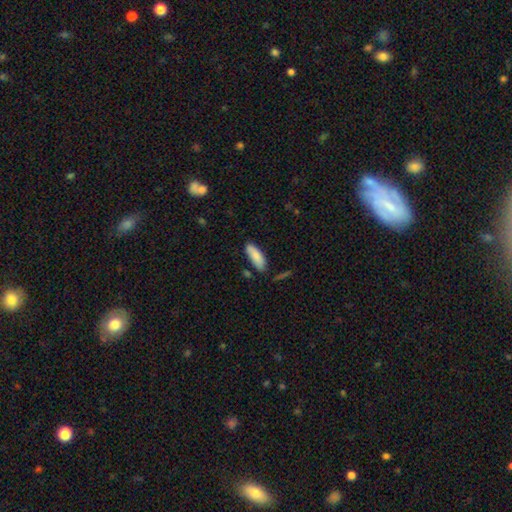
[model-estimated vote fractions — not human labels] Overall: smooth (86%). How rounded: in between (64%; cigar-shaped 34%). Merging: none (77%).